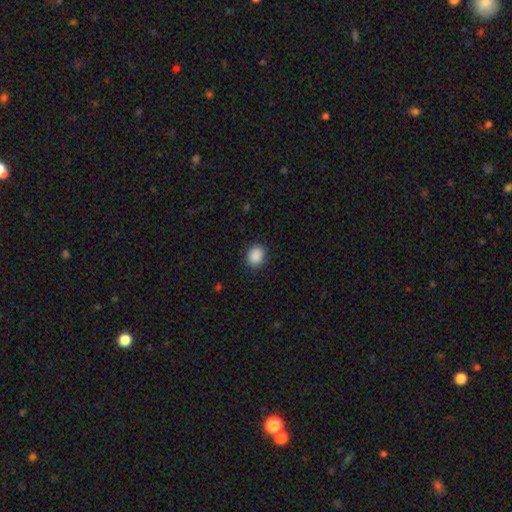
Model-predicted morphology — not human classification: Overall: smooth (89%). How rounded: round (62%; in between 38%). Merging: none (88%).